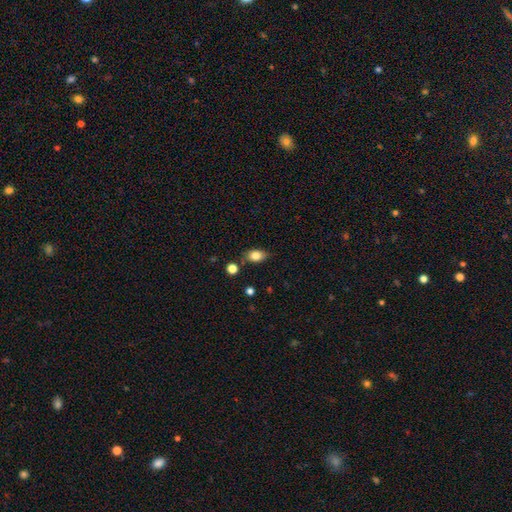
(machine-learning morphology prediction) Smooth or featured?
  - smooth: 80% *
  - featured or disk: 10%
  - star or artifact: 9%
How rounded?
  - in between: 80% *
  - round: 17%
  - cigar-shaped: 3%
Merging?
  - none: 74% *
  - minor disturbance: 17%
  - merger: 5%
  - major disturbance: 4%